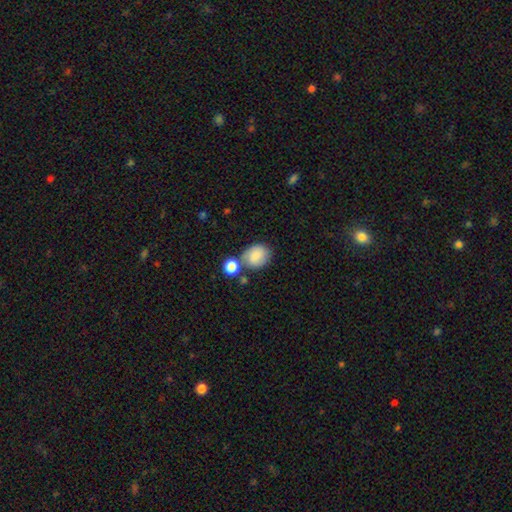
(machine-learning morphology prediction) The model was most divided on "how rounded": round: 53%, in between: 45%, cigar-shaped: 1%. More confident: smooth or featured — smooth (82%); merging — none (52%).